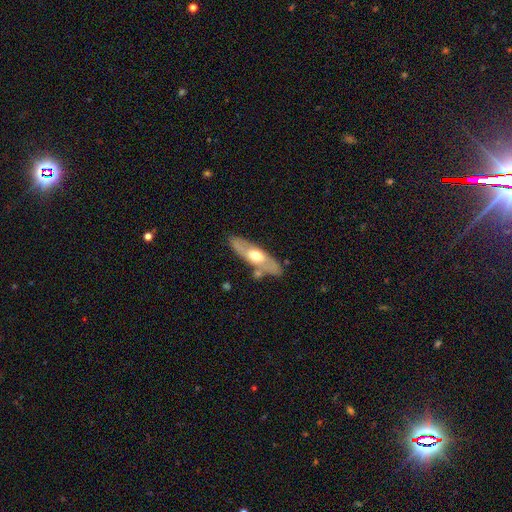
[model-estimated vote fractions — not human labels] This is possibly a featured or disk galaxy (50%). Merging: likely none (75%).